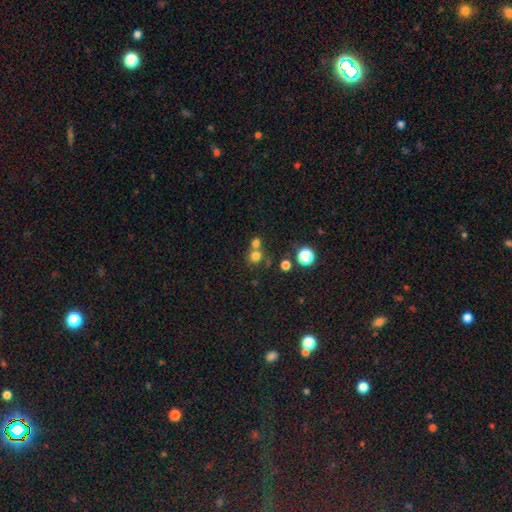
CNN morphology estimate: Smooth or featured? Predicted: smooth (p=0.74). How rounded? Predicted: round (p=0.87). Merging? Predicted: none (p=0.55).